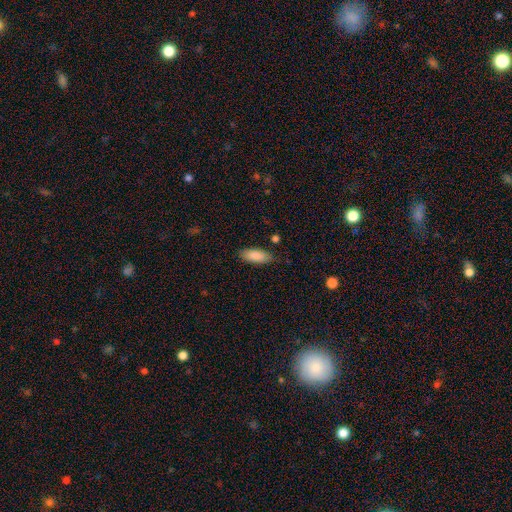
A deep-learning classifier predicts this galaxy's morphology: A smooth galaxy with no disk features (87%) that is in between round and cigar-shaped (78%). Merging: none (81%).